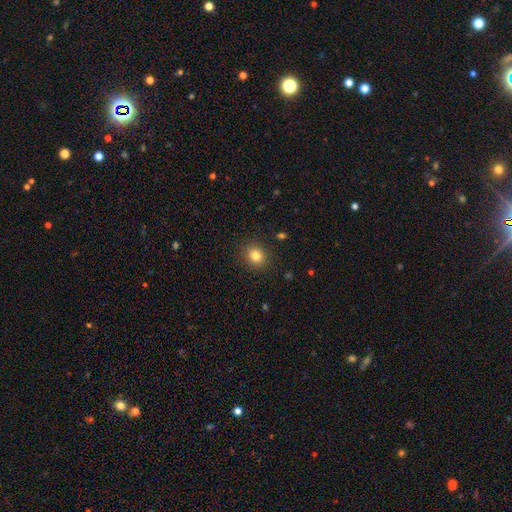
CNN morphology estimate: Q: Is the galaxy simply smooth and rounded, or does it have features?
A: smooth — 82%.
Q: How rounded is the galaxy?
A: round — 81%.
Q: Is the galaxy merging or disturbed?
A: none — 89%.